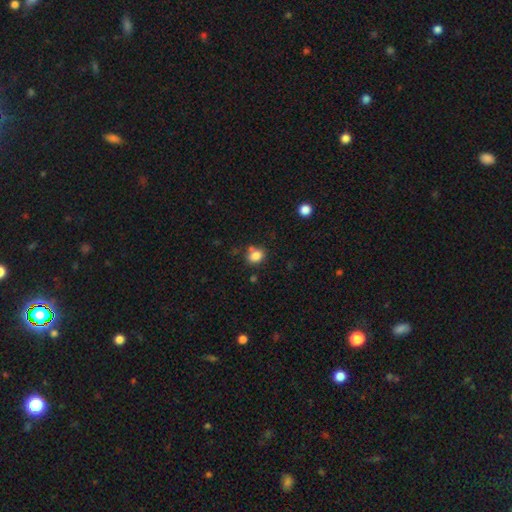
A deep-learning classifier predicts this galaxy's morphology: This is clearly a smooth galaxy (83%). How rounded: possibly round (50%). Merging: likely none (64%).